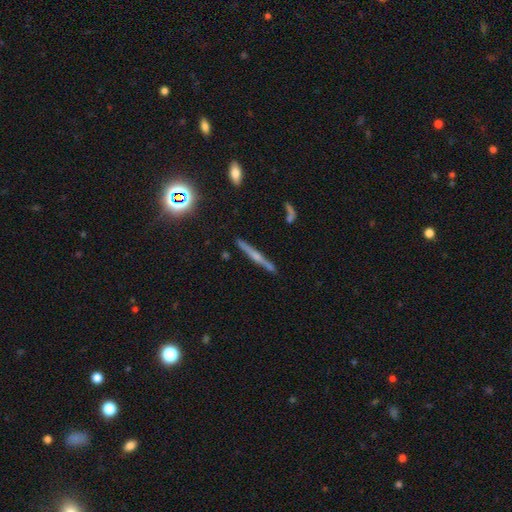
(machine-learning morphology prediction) Q: Smooth or featured?
A: featured or disk (65%); runner-up: smooth (23%)
Q: Edge-on disk?
A: yes (97%); runner-up: no (3%)
Q: Edge-on bulge?
A: rounded (67%); runner-up: none (22%)
Q: Merging?
A: none (87%); runner-up: minor disturbance (9%)